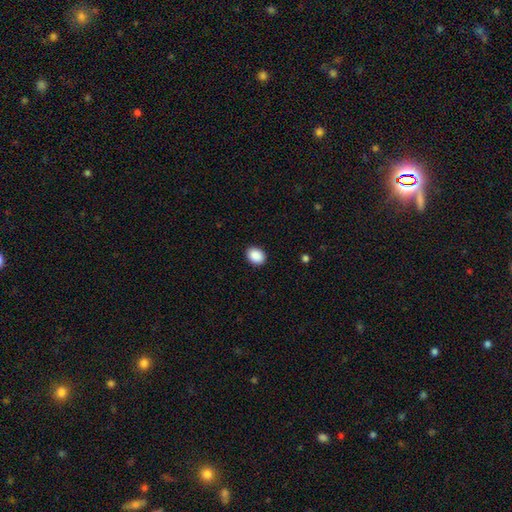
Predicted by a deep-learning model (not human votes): Overall: smooth (90%). How rounded: in between (61%; round 38%). Merging: none (91%).